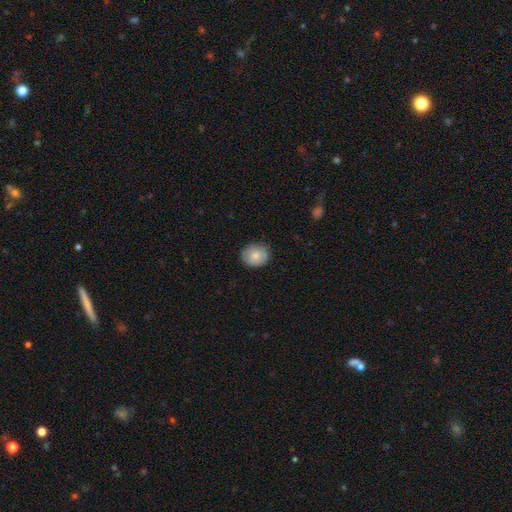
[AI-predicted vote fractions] smooth 82%, featured or disk 11%, star or artifact 7%. Down the decision tree: how rounded — round (78%); merging — none (84%).